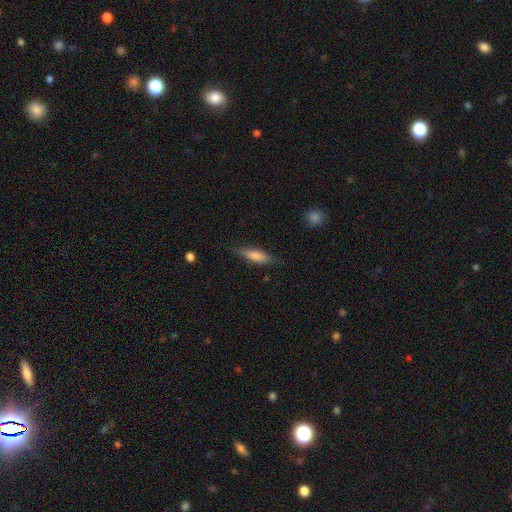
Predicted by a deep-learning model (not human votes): This appears to be a smooth galaxy with no disk features (75%) that is cigar-shaped (63%). Merging: none (79%).